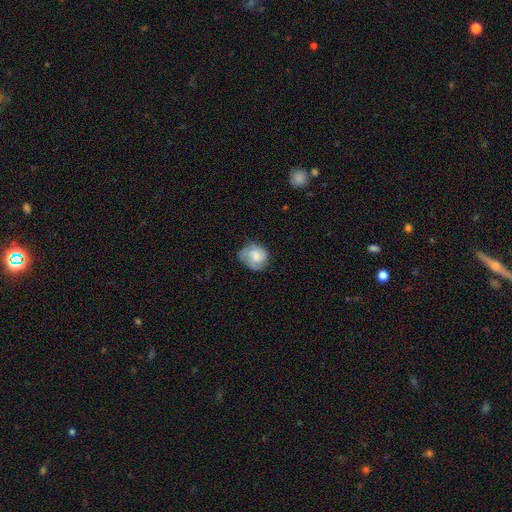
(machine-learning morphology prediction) type=smooth (49%); merging=none (60%).